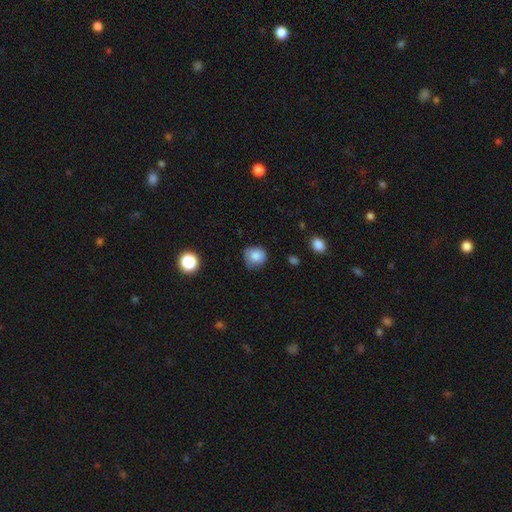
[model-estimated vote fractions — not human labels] Smooth or featured?
  - smooth: 84% *
  - star or artifact: 10%
  - featured or disk: 7%
How rounded?
  - round: 82% *
  - in between: 17%
  - cigar-shaped: 1%
Merging?
  - none: 65% *
  - minor disturbance: 28%
  - major disturbance: 6%
  - merger: 2%